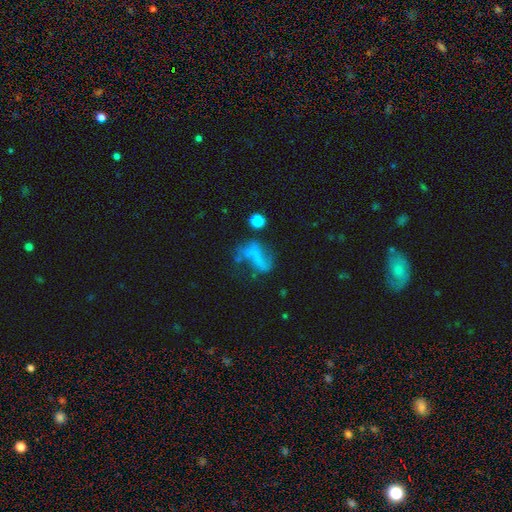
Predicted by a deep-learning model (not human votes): Smooth or featured: featured or disk — 49% (smooth — 35%)
Merging: none — 35% (major disturbance — 32%)